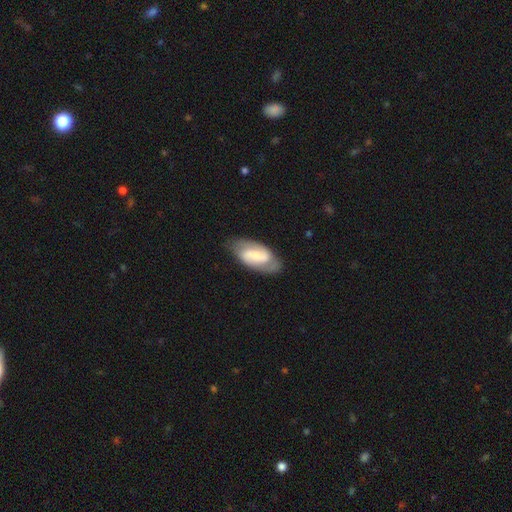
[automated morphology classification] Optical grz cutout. It shows a featured or disk galaxy (68%) with a weak bar (43%), 2 (85%) medium (47%) spiral arms (89%) and a small central bulge (51%). Merging: none (75%).